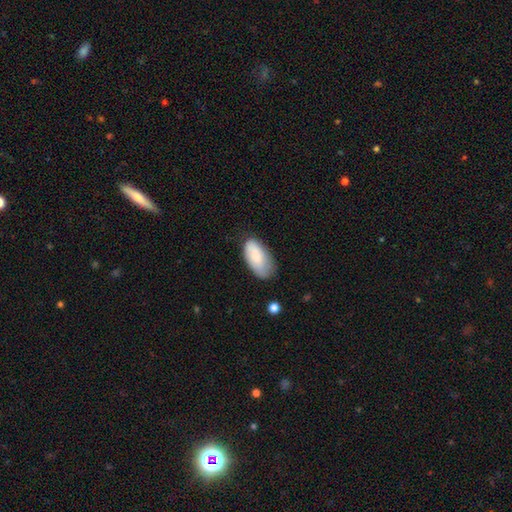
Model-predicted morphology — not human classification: Overall: smooth (81%). How rounded: in between (94%). Merging: none (65%; minor disturbance 27%).